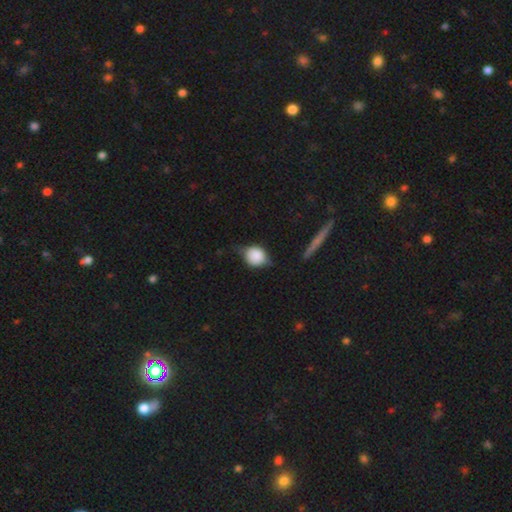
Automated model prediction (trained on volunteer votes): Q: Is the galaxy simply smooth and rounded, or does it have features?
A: smooth — 77%.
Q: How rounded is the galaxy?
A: round — 67%.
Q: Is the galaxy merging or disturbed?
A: none — 53%.